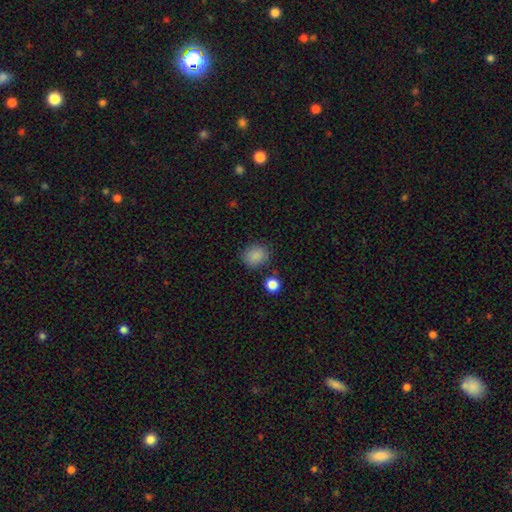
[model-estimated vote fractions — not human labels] Smooth or featured? Predicted: smooth (p=0.86). How rounded? Predicted: round (p=0.64). Merging? Predicted: none (p=0.81).